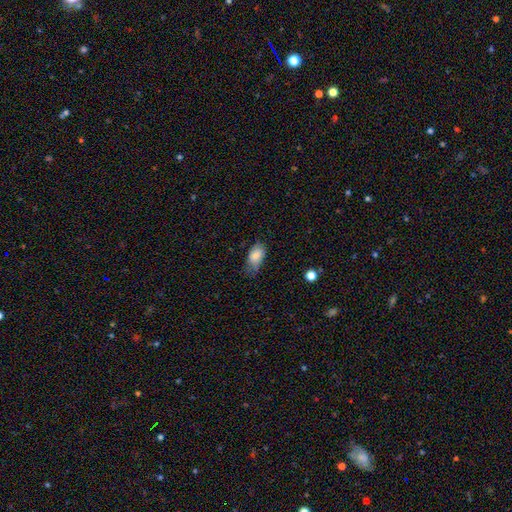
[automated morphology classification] type=smooth (84%); roundness=in between (91%); merging=none (48%).